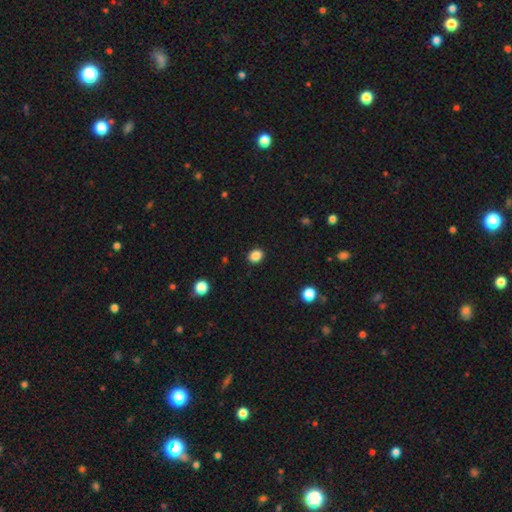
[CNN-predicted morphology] type=smooth (86%); roundness=round (56%); merging=none (90%).